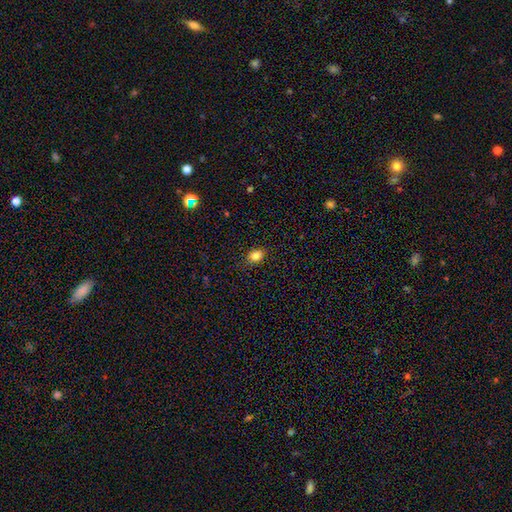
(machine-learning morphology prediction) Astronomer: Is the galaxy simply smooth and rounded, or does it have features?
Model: smooth — 82%.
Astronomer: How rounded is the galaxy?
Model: in between — 55% (runner-up: round, 43%).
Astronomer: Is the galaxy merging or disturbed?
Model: none — 87%.